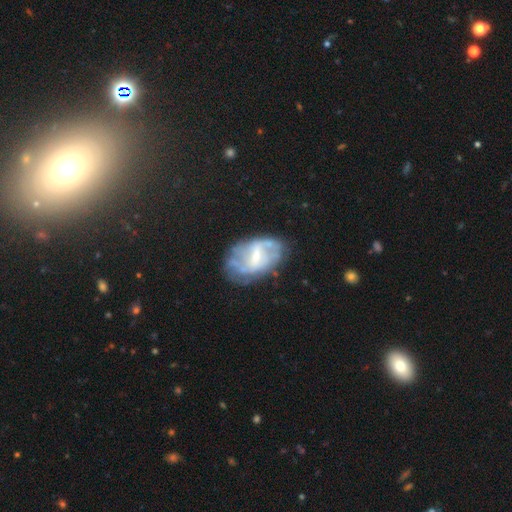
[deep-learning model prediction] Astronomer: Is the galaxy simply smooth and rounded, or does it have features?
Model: featured or disk — 67%.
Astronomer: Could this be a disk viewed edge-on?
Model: no — 96%.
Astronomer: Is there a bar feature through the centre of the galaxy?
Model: weak — 51% (runner-up: no, 27%).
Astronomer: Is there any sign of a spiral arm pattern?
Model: yes — 58% (runner-up: no, 42%).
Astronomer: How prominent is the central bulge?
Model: small — 48% (runner-up: moderate, 33%).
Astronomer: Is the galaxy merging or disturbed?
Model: none — 55%.